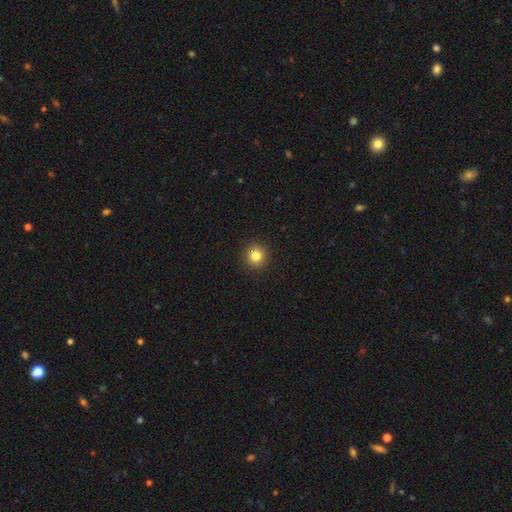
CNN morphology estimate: Q: Smooth or featured?
A: smooth (82%); runner-up: star or artifact (12%)
Q: How rounded?
A: round (95%); runner-up: in between (5%)
Q: Merging?
A: none (93%); runner-up: minor disturbance (5%)